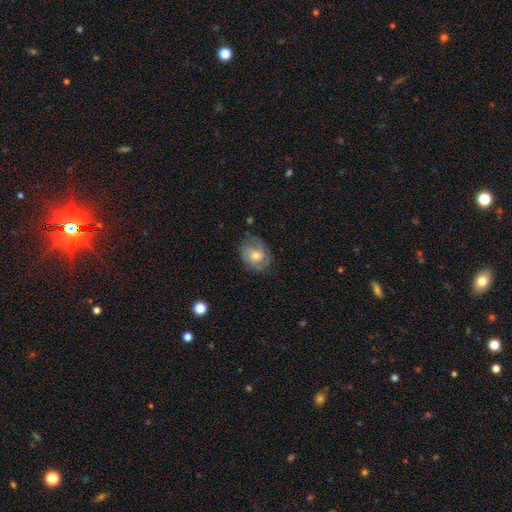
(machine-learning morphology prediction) A featured or disk galaxy (49%).

Vote fractions:
- Smooth or featured? featured or disk: 49% / smooth: 43% / star or artifact: 8%
- Merging? none: 67% / minor disturbance: 23% / major disturbance: 8% / merger: 2%